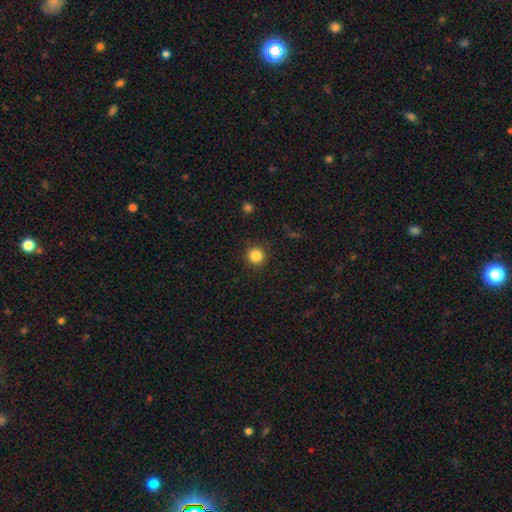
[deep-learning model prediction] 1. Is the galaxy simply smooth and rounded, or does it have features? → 85% smooth, 11% star or artifact, 4% featured or disk.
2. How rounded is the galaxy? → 95% round, 4% in between, 1% cigar-shaped.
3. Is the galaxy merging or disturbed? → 91% none, 6% minor disturbance, 2% major disturbance, 1% merger.